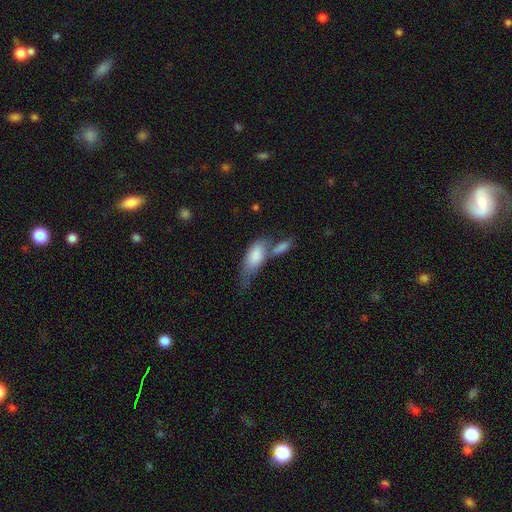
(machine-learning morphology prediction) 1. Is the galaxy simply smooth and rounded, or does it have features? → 78% smooth, 16% featured or disk, 6% star or artifact.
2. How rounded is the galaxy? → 82% in between, 15% cigar-shaped, 3% round.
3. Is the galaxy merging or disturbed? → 46% merger, 25% none, 17% minor disturbance, 12% major disturbance.